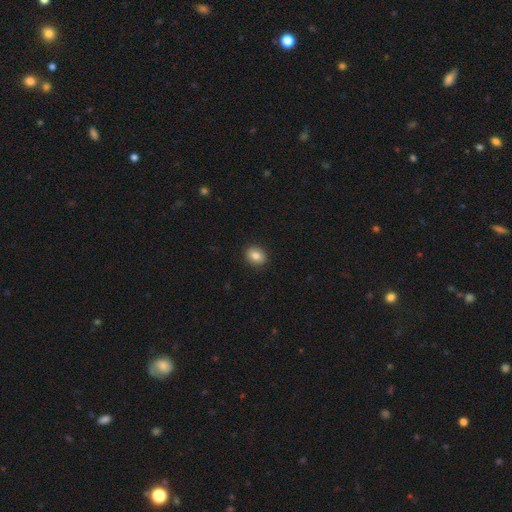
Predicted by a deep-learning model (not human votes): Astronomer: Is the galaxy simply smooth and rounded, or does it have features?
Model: smooth — 82%.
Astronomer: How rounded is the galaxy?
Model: round — 51% (runner-up: in between, 48%).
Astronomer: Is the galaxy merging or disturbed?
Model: none — 90%.